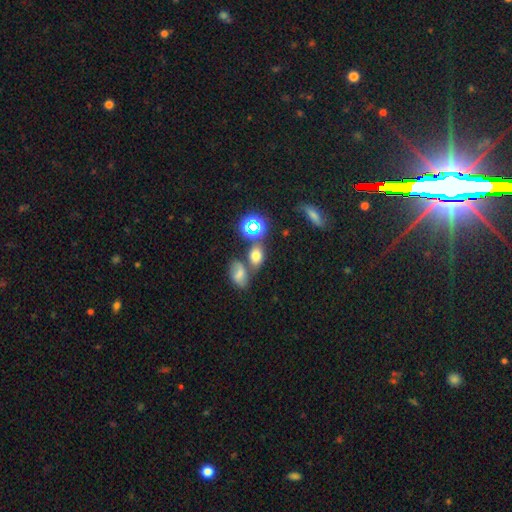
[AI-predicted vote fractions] The model was most divided on "merging": none: 57%, merger: 25%, minor disturbance: 13%, major disturbance: 5%. More confident: how rounded — in between (70%); smooth or featured — smooth (64%).